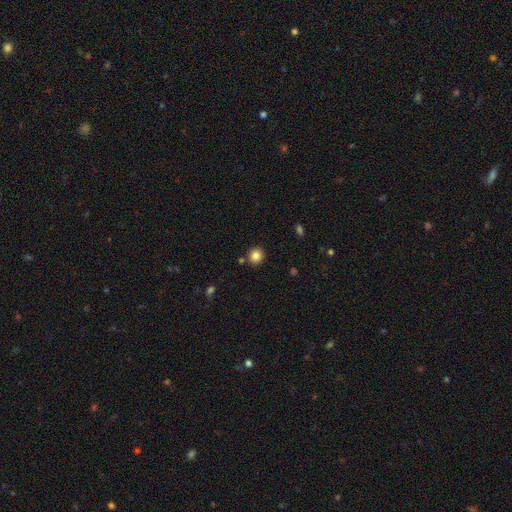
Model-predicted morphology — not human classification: Smooth or featured? smooth (83%)
How rounded? round (92%)
Merging? none (86%)